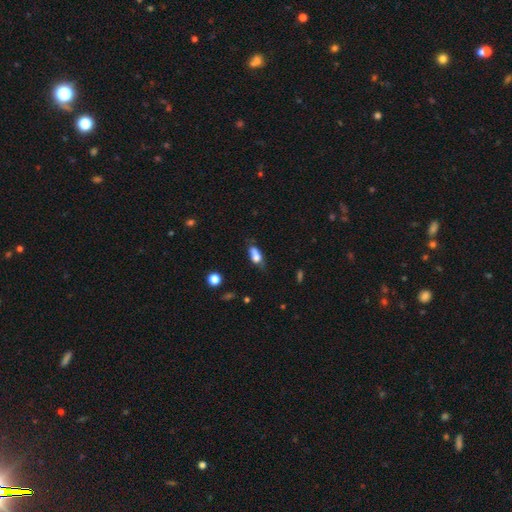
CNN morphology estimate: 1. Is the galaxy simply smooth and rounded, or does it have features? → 74% smooth, 16% featured or disk, 10% star or artifact.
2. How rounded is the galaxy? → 77% in between, 18% cigar-shaped, 5% round.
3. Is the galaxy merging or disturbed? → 43% none, 33% minor disturbance, 15% major disturbance, 10% merger.